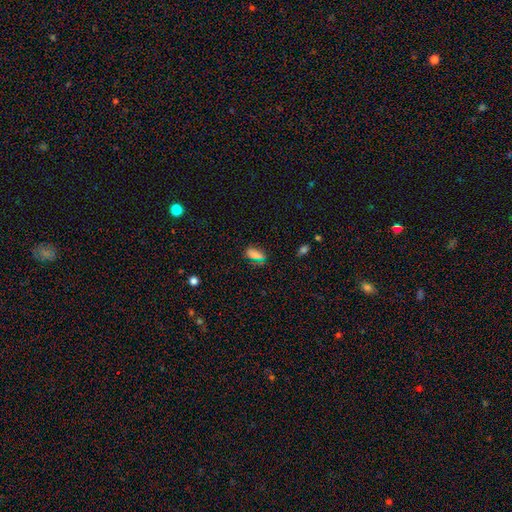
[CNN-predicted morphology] The model was most divided on "smooth or featured": smooth: 69%, star or artifact: 24%, featured or disk: 8%. More confident: how rounded — in between (77%); merging — none (75%).